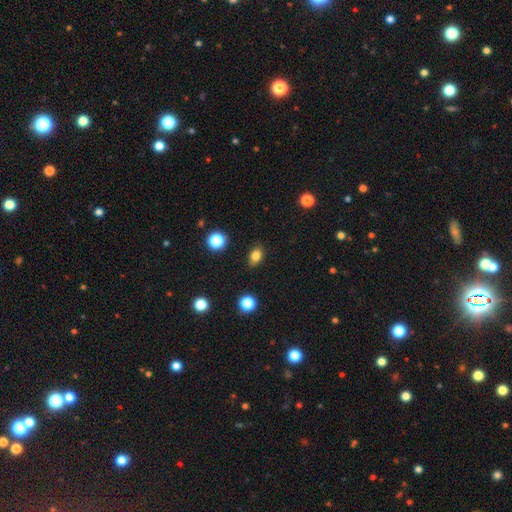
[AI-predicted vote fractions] Morphology: type=smooth (81%); roundness=in between (77%); merging=none (86%).